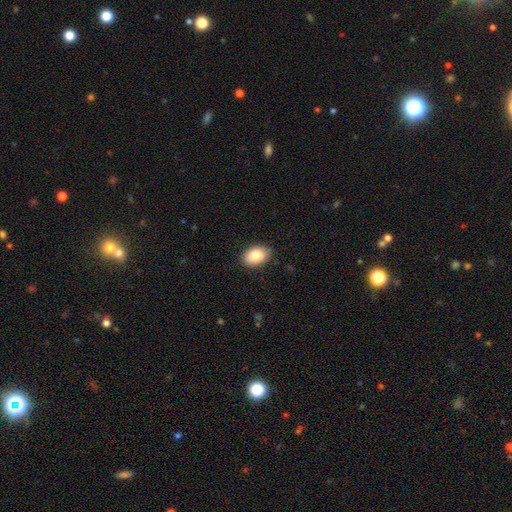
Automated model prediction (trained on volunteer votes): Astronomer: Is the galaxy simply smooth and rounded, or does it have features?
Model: smooth — 85%.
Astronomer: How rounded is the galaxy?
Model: in between — 88%.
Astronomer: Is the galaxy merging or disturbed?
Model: none — 87%.